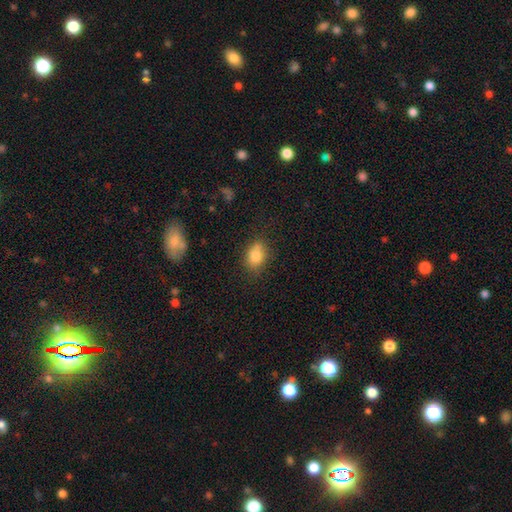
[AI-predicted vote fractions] Smooth or featured?
  - smooth: 82% *
  - star or artifact: 10%
  - featured or disk: 8%
How rounded?
  - in between: 61% *
  - round: 37%
  - cigar-shaped: 2%
Merging?
  - none: 68% *
  - minor disturbance: 21%
  - merger: 6%
  - major disturbance: 5%